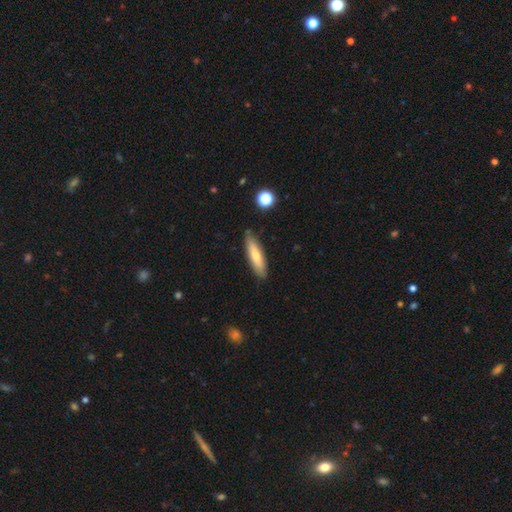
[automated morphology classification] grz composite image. It shows a smooth galaxy with no disk features (67%) that is cigar-shaped (74%). Merging: none (83%).